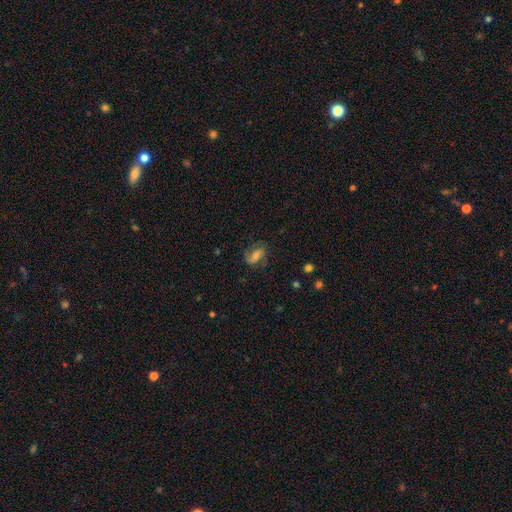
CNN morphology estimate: A featured or disk galaxy (63%) with a weak bar (40%), 2 (82%) medium (44%) spiral arms (89%) and a moderate central bulge (50%).

Vote fractions:
- Smooth or featured? featured or disk: 63% / smooth: 28% / star or artifact: 9%
- Edge-on disk? no: 96% / yes: 4%
- Bar? weak: 40% / no: 33% / strong: 28%
- Spiral arms? yes: 89% / no: 11%
- Spiral winding? medium: 44% / loose: 35% / tight: 21%
- Spiral arm count? 2: 82% / can't tell: 8% / 1: 6% / 3: 2% / 4: 1% / more than 4: 1%
- Bulge size? moderate: 50% / small: 38% / large: 6% / none: 5% / dominant: 1%
- Merging? none: 70% / minor disturbance: 18% / major disturbance: 10% / merger: 1%